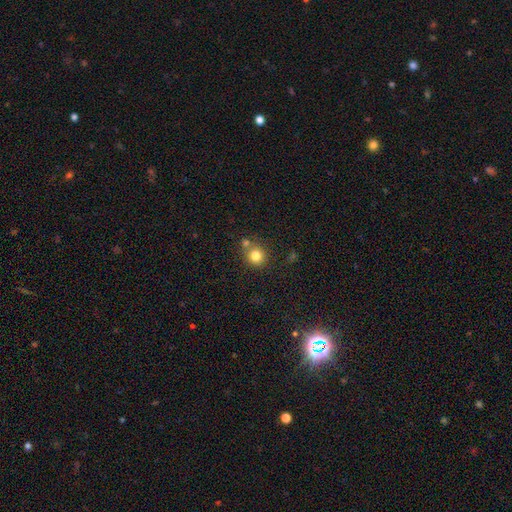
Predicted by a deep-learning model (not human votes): A smooth galaxy with no disk features (80%) that is round (90%). Merging: none (66%).